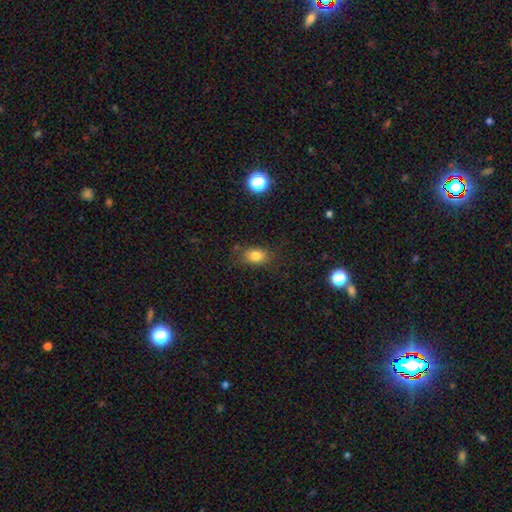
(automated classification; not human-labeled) A smooth galaxy with no disk features (81%) that is in between round and cigar-shaped (75%).

Vote fractions:
- Smooth or featured? smooth: 81% / star or artifact: 12% / featured or disk: 8%
- How rounded? in between: 75% / round: 23% / cigar-shaped: 2%
- Merging? none: 76% / minor disturbance: 16% / major disturbance: 5% / merger: 3%